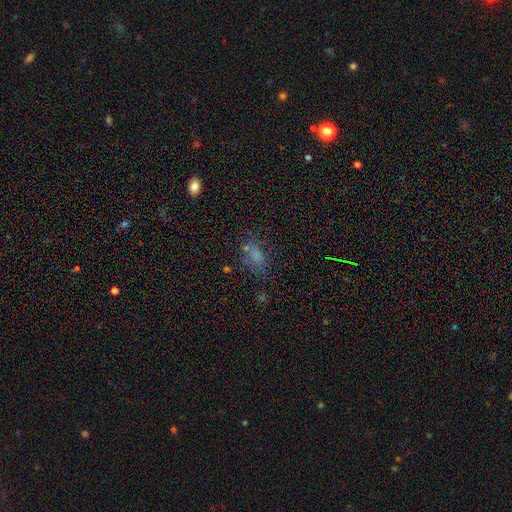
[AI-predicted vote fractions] This appears to be a smooth galaxy with no disk features (62%) that is in between round and cigar-shaped (79%). Merging: none (60%).